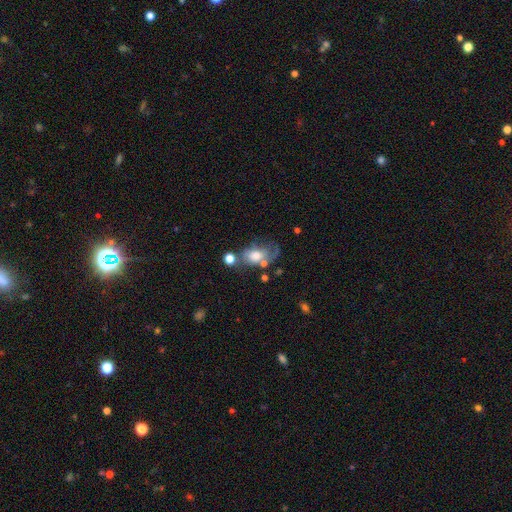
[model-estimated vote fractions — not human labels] Smooth or featured? smooth (48%)
Merging? none (31%)